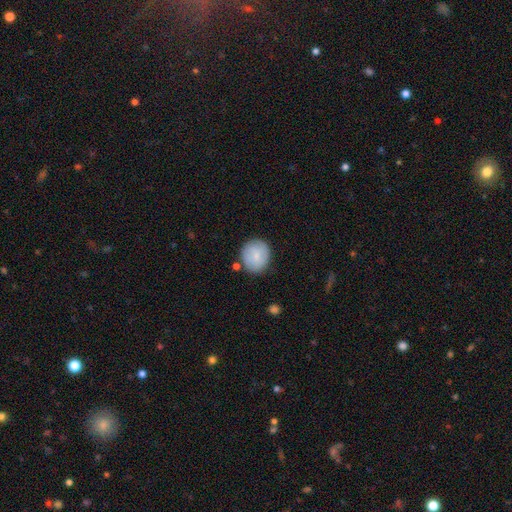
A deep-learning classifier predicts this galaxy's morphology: smooth-or-featured: smooth: 79% | featured or disk: 15% | star or artifact: 6%
  how-rounded: round: 87% | in between: 12% | cigar-shaped: 1%
  merging: none: 80% | minor disturbance: 12% | merger: 5% | major disturbance: 3%